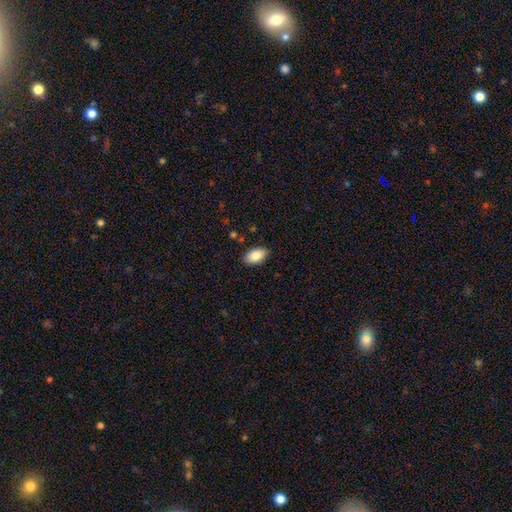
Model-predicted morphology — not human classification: The model was most divided on "merging": none: 87%, minor disturbance: 10%, major disturbance: 2%, merger: 1%. More confident: how rounded — in between (93%); smooth or featured — smooth (85%).